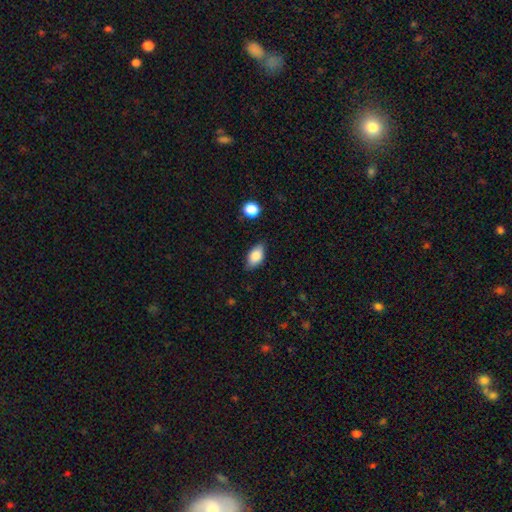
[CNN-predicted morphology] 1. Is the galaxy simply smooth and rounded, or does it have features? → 84% smooth, 9% featured or disk, 7% star or artifact.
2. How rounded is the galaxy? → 91% in between, 5% round, 4% cigar-shaped.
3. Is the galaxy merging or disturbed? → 80% none, 15% minor disturbance, 3% major disturbance, 2% merger.